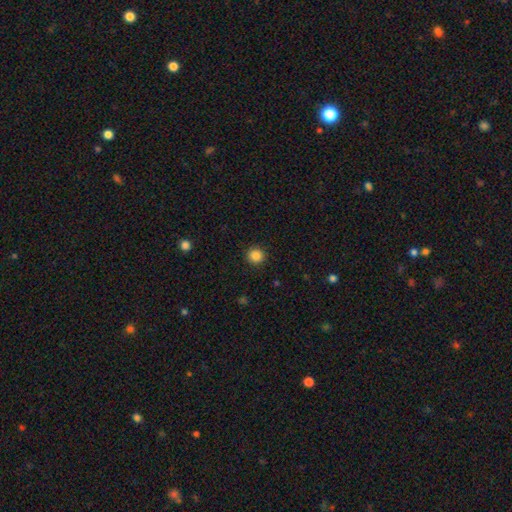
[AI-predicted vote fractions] Smooth or featured? smooth (86%)
How rounded? round (94%)
Merging? none (92%)